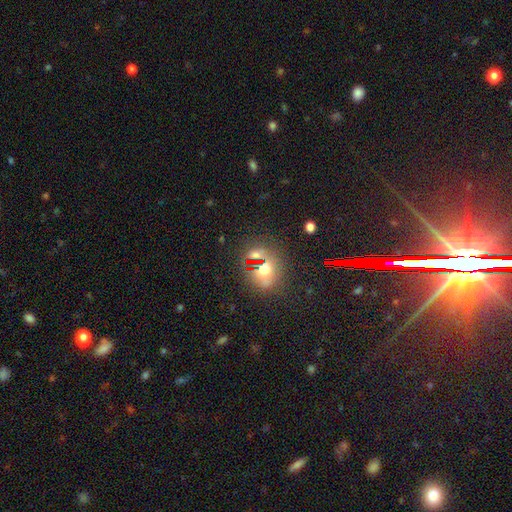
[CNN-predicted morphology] Smooth or featured? Predicted: star or artifact (p=0.50).